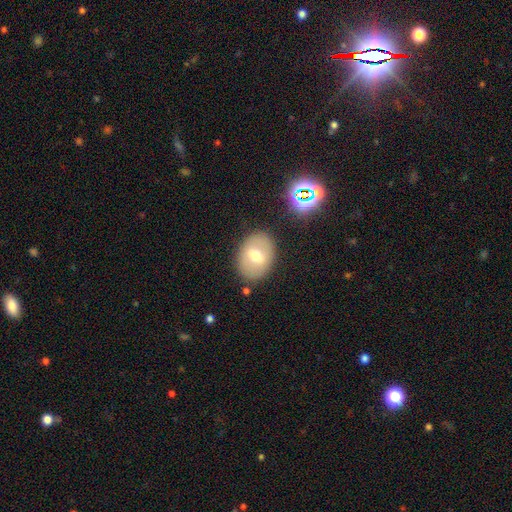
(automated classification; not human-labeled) Smooth or featured?
  - smooth: 60% *
  - featured or disk: 31%
  - star or artifact: 9%
How rounded?
  - in between: 68% *
  - round: 31%
  - cigar-shaped: 1%
Merging?
  - none: 84% *
  - minor disturbance: 10%
  - major disturbance: 3%
  - merger: 3%